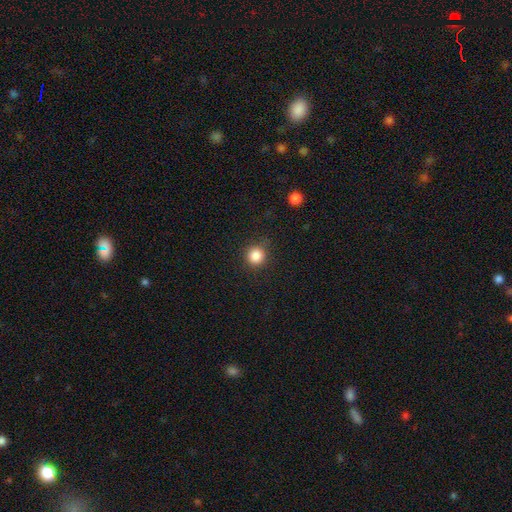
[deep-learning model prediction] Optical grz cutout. It shows a smooth galaxy with no disk features (85%) that is round (93%). Merging: none (86%).